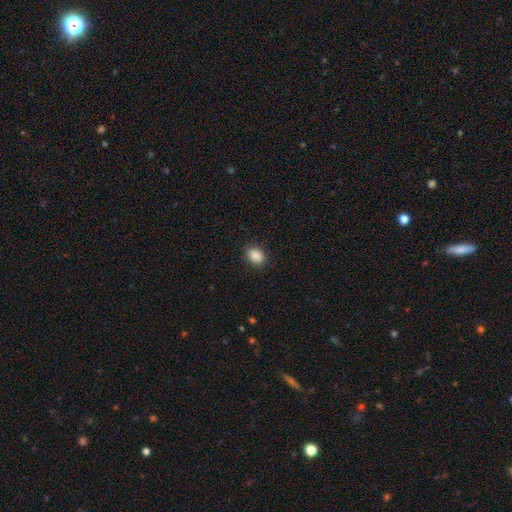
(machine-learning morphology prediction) Smooth or featured? smooth (88%)
How rounded? in between (72%)
Merging? none (88%)